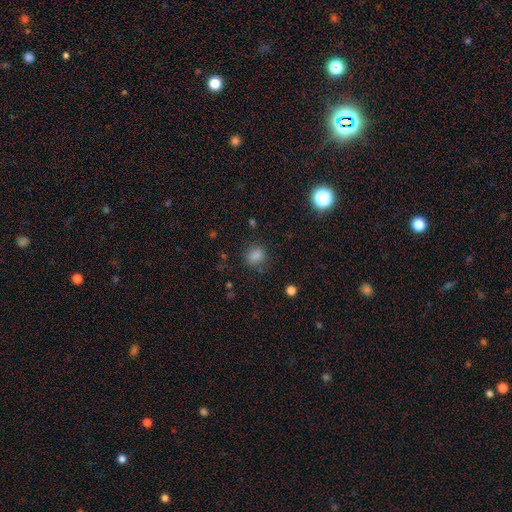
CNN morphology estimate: This appears to be a smooth galaxy with no disk features (83%) that is round (75%). Merging: none (81%).